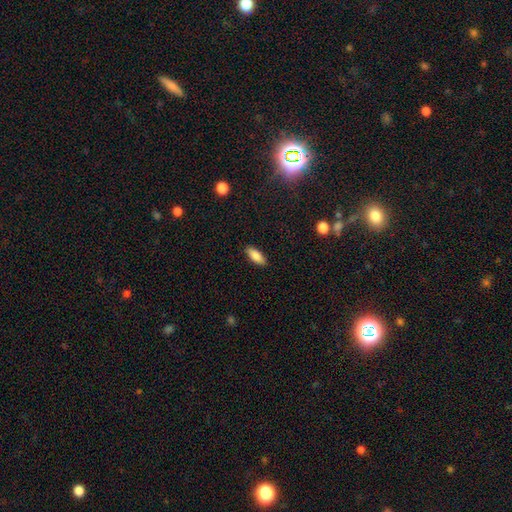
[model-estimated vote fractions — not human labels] smooth 87%, featured or disk 7%, star or artifact 7%. Down the decision tree: how rounded — in between (77%); merging — none (87%).